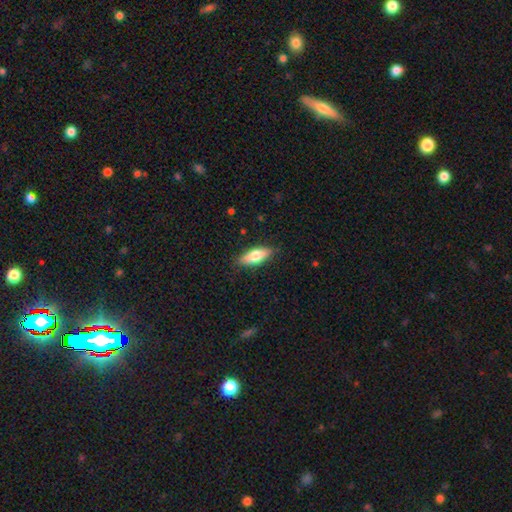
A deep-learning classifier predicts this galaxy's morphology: This is likely a smooth galaxy (65%). How rounded: likely in between (62%). Merging: clearly none (86%).